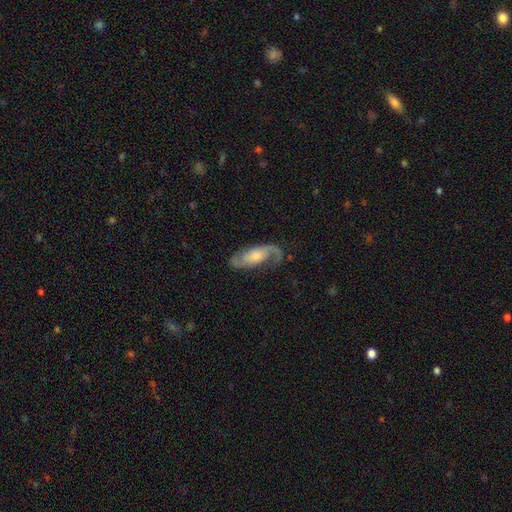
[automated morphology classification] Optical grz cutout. It shows a featured or disk galaxy (79%) with no bar (62%), 2 (77%) loose (43%) spiral arms (95%) and a moderate central bulge (42%). Merging: none (68%).